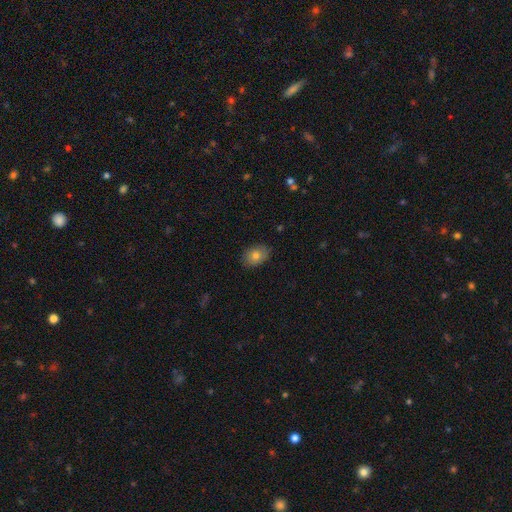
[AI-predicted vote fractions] Smooth or featured?
  - smooth: 77% *
  - featured or disk: 14%
  - star or artifact: 9%
How rounded?
  - in between: 72% *
  - round: 26%
  - cigar-shaped: 1%
Merging?
  - none: 83% *
  - minor disturbance: 13%
  - major disturbance: 2%
  - merger: 1%